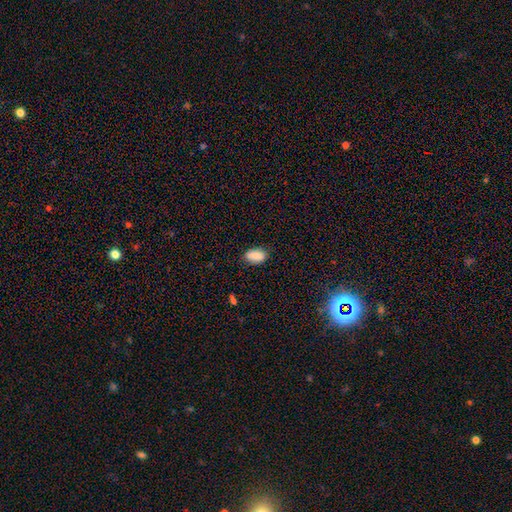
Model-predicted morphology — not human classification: type=smooth (88%); roundness=in between (90%); merging=none (78%).